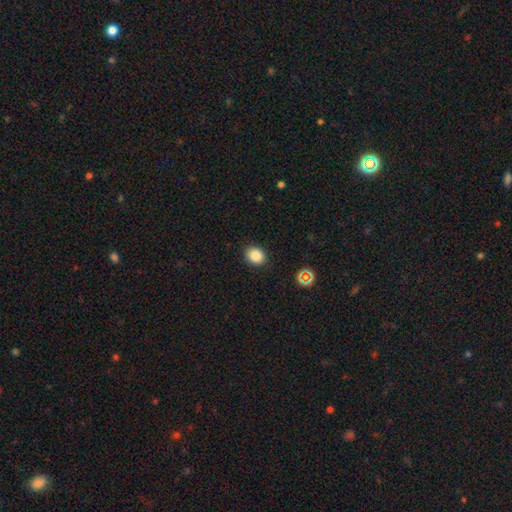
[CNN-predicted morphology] type=smooth (85%); roundness=round (66%); merging=none (90%).